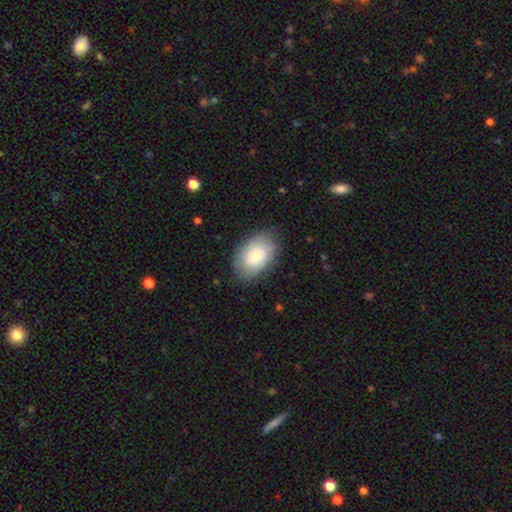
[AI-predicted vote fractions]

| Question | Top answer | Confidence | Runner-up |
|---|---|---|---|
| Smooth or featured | smooth | 68% | featured or disk (24%) |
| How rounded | in between | 87% | round (12%) |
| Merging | none | 76% | minor disturbance (18%) |